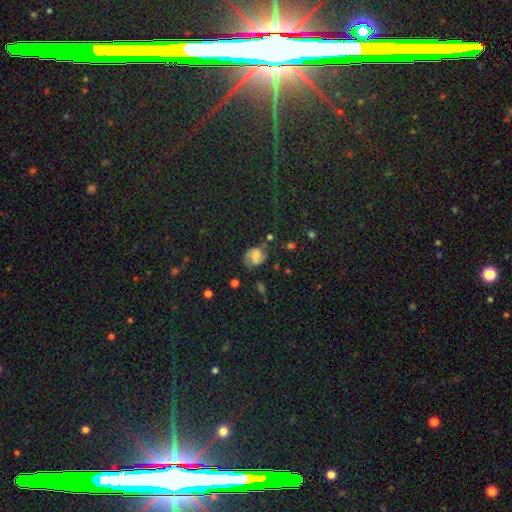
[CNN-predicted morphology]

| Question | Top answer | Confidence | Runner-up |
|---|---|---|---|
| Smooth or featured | featured or disk | 50% | smooth (32%) |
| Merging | none | 59% | minor disturbance (23%) |